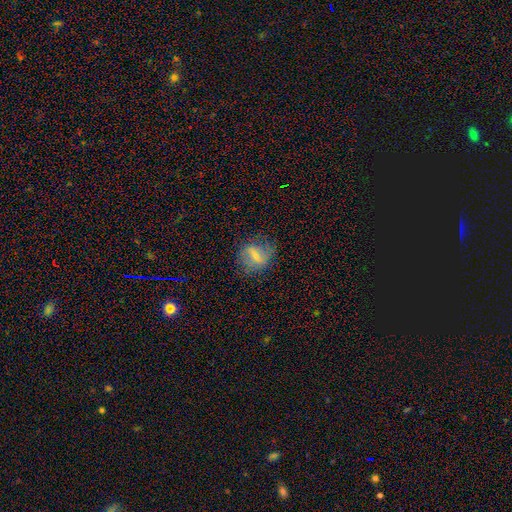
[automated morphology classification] Overall: featured or disk (45%; smooth 44%). Merging: none (65%).